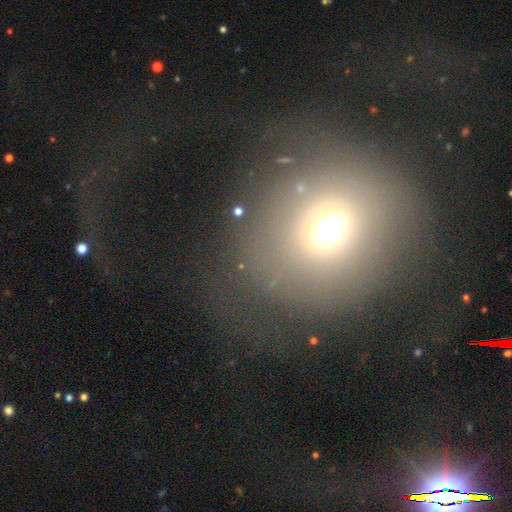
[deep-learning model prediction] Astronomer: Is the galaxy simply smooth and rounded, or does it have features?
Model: smooth — 61%.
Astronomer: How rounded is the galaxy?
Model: round — 84%.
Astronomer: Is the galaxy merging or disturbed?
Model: none — 47% (runner-up: major disturbance, 34%).